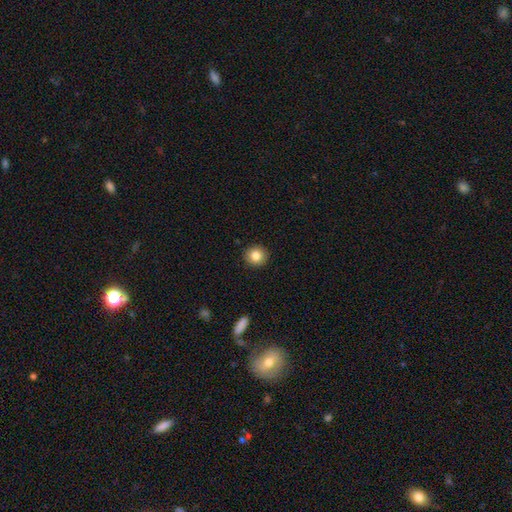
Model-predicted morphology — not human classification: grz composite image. It shows a smooth galaxy with no disk features (83%) that is round (92%). Merging: none (92%).